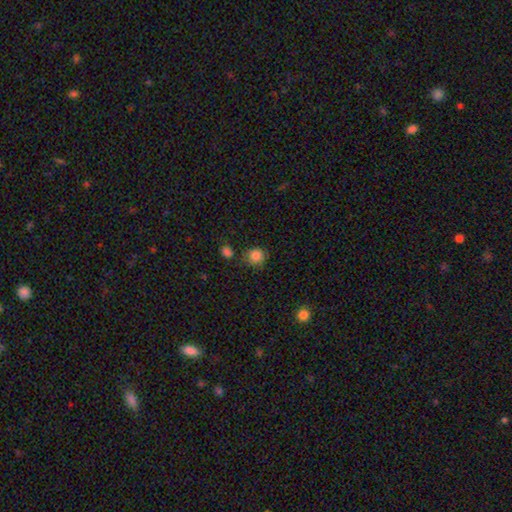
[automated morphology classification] smooth_or_featured: smooth (p=0.84) [alt: star or artifact p=0.11]
how_rounded: round (p=0.88) [alt: in between p=0.11]
merging: none (p=0.75) [alt: minor disturbance p=0.15]